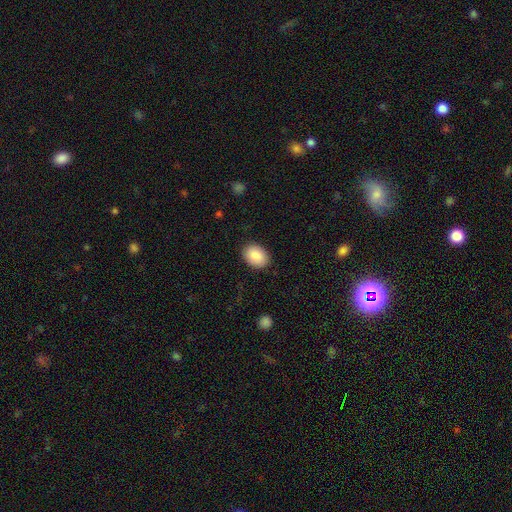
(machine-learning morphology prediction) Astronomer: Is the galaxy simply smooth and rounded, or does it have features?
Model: smooth — 88%.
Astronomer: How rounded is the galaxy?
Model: in between — 79%.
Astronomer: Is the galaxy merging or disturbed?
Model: none — 88%.